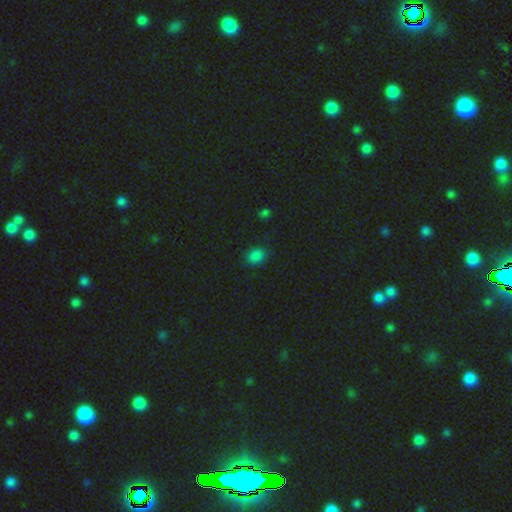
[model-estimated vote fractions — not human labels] Overall: smooth (78%). How rounded: in between (61%; round 37%). Merging: none (85%).